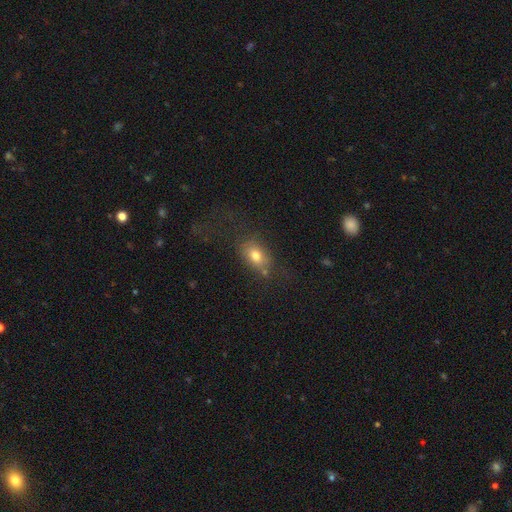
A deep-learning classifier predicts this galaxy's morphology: A smooth galaxy with no disk features (76%) that is in between round and cigar-shaped (75%). Merging: none (59%).